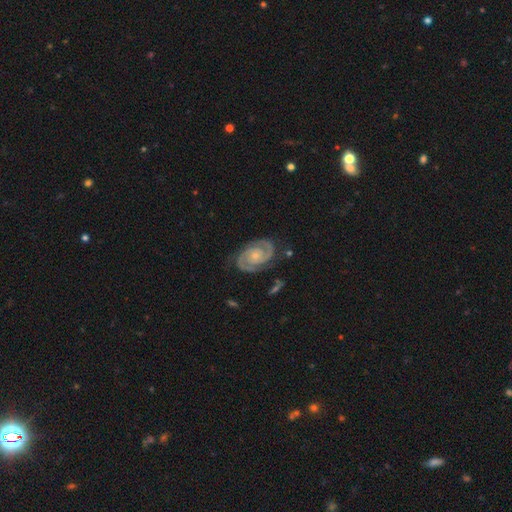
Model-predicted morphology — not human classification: Q: Smooth or featured?
A: featured or disk (92%); runner-up: star or artifact (4%)
Q: Edge-on disk?
A: no (98%); runner-up: yes (2%)
Q: Bar?
A: no (70%); runner-up: weak (22%)
Q: Spiral arms?
A: yes (99%); runner-up: no (1%)
Q: Spiral winding?
A: tight (64%); runner-up: medium (32%)
Q: Spiral arm count?
A: 2 (93%); runner-up: 3 (2%)
Q: Bulge size?
A: small (64%); runner-up: moderate (29%)
Q: Merging?
A: none (82%); runner-up: minor disturbance (12%)